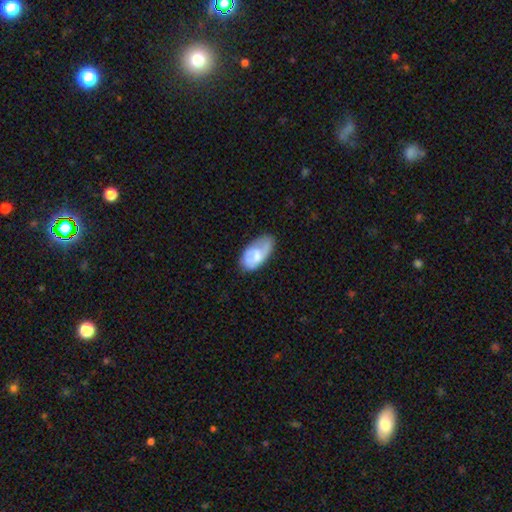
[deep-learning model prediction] smooth 62%, featured or disk 32%, star or artifact 6%. Down the decision tree: how rounded — in between (94%); merging — none (50%).